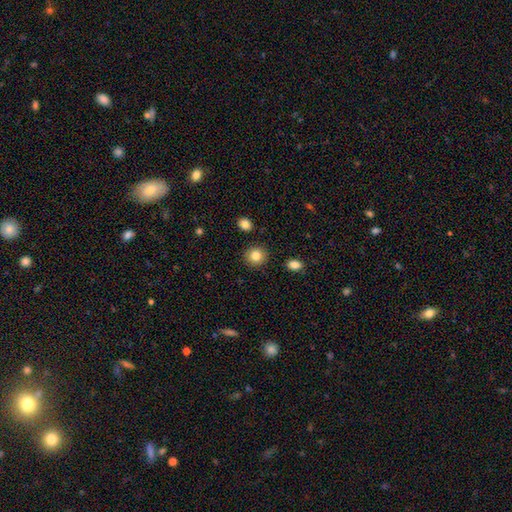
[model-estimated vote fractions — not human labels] The model was most divided on "smooth or featured": smooth: 84%, star or artifact: 10%, featured or disk: 7%. More confident: merging — none (90%); how rounded — round (88%).